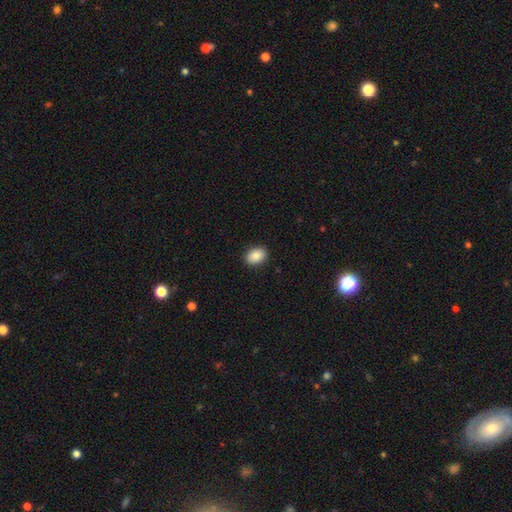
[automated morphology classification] smooth-or-featured: smooth: 86% | star or artifact: 8% | featured or disk: 6%
  how-rounded: in between: 79% | round: 20% | cigar-shaped: 1%
  merging: none: 91% | minor disturbance: 7% | major disturbance: 2% | merger: 1%